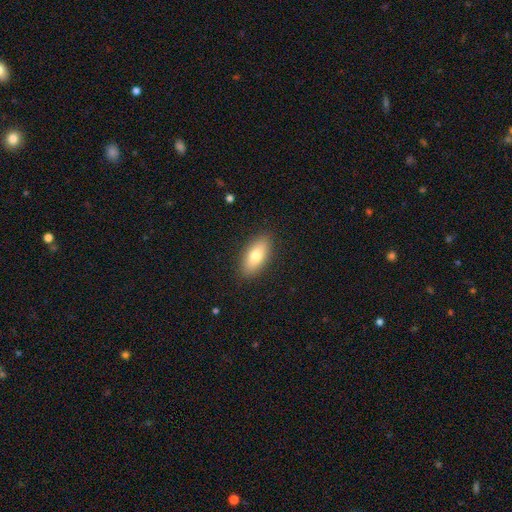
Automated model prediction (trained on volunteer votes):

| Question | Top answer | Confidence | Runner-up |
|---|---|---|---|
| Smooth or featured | smooth | 74% | featured or disk (19%) |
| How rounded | in between | 85% | cigar-shaped (11%) |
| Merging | none | 88% | minor disturbance (9%) |